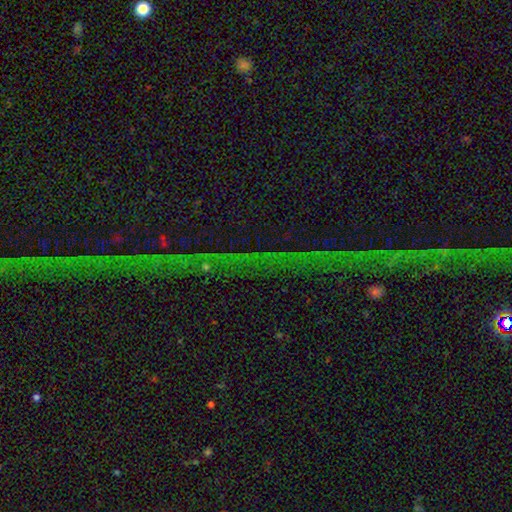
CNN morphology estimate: Smooth or featured?
  - star or artifact: 81% *
  - featured or disk: 11%
  - smooth: 7%